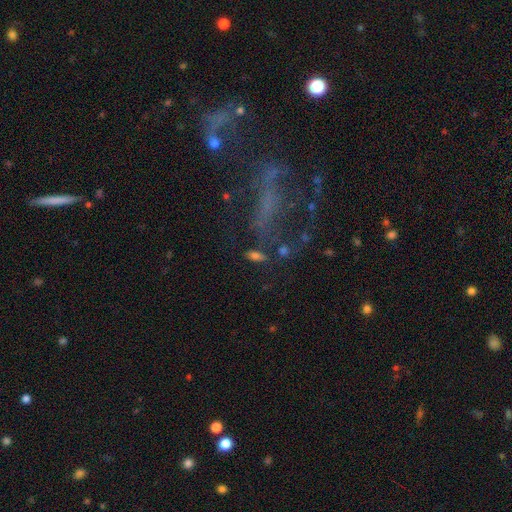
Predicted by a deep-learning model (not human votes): smooth-or-featured: smooth: 64% | featured or disk: 18% | star or artifact: 18%
  how-rounded: in between: 71% | cigar-shaped: 21% | round: 8%
  merging: none: 67% | minor disturbance: 15% | major disturbance: 10% | merger: 8%